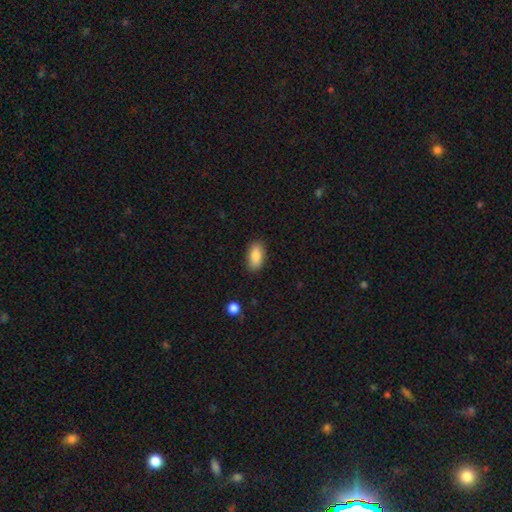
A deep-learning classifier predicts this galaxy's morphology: smooth_or_featured: smooth (p=0.86) [alt: star or artifact p=0.07]
how_rounded: in between (p=0.90) [alt: cigar-shaped p=0.06]
merging: none (p=0.86) [alt: minor disturbance p=0.10]